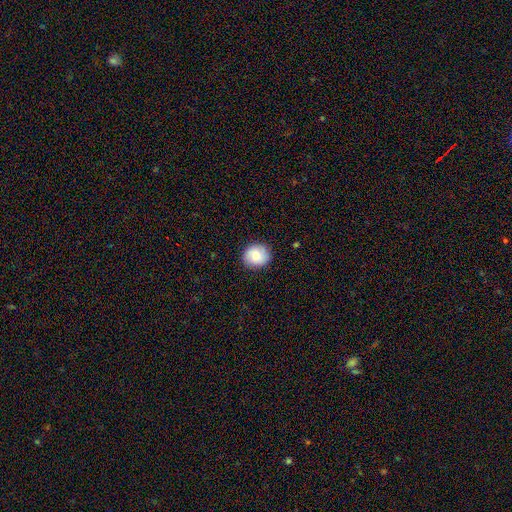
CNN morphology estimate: smooth 77%, featured or disk 15%, star or artifact 8%. Down the decision tree: how rounded — round (82%); merging — none (87%).